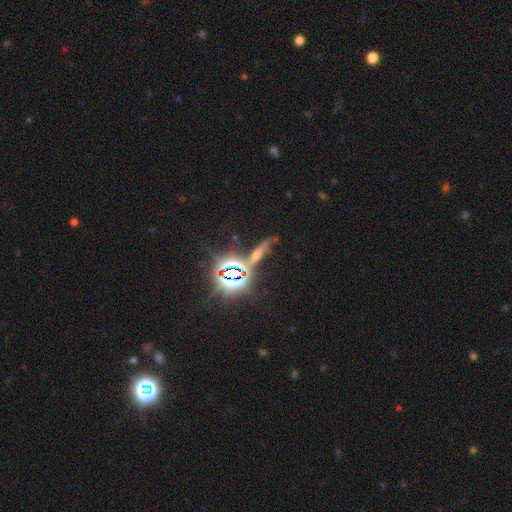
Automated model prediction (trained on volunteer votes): The model was most divided on "smooth or featured": star or artifact: 57%, featured or disk: 23%, smooth: 20%.